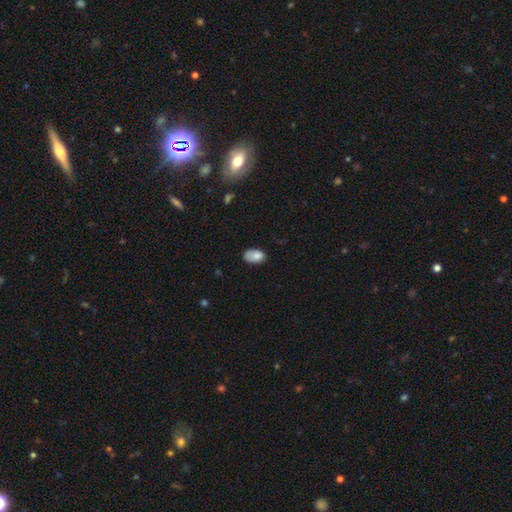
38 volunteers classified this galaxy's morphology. A smooth galaxy with no disk features (82%) that is in between round and cigar-shaped (94%). Merging: none (68%).